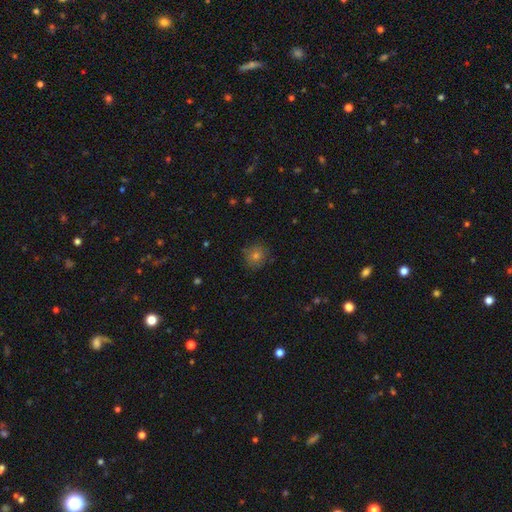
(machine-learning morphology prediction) This appears to be a smooth galaxy with no disk features (67%) that is round (89%). Merging: none (85%).